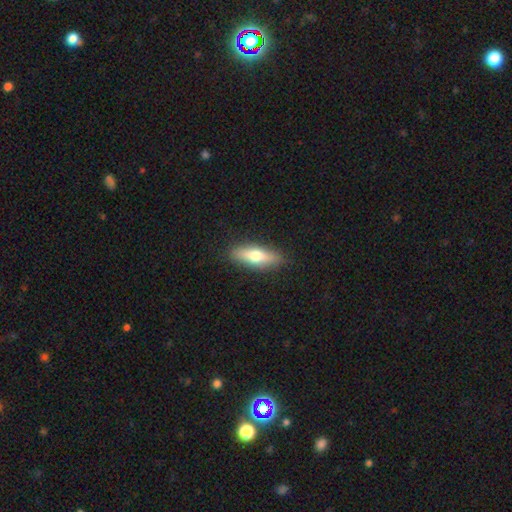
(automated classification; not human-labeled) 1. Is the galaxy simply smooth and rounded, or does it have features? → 62% smooth, 31% featured or disk, 6% star or artifact.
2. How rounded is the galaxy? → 49% cigar-shaped, 48% in between, 3% round.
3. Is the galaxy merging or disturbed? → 88% none, 9% minor disturbance, 2% major disturbance, 1% merger.